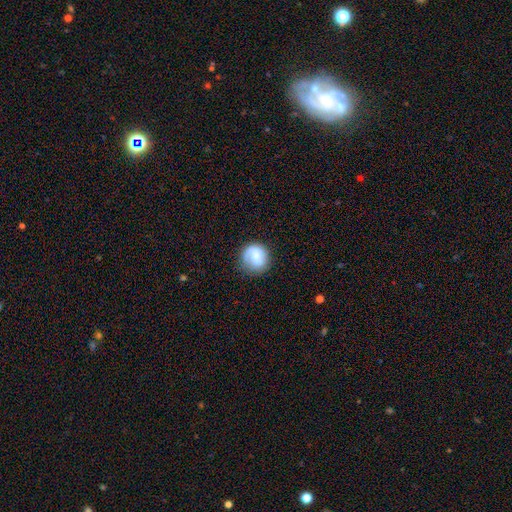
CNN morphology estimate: A smooth galaxy with no disk features (52%) that is round (86%). Merging: none (73%).